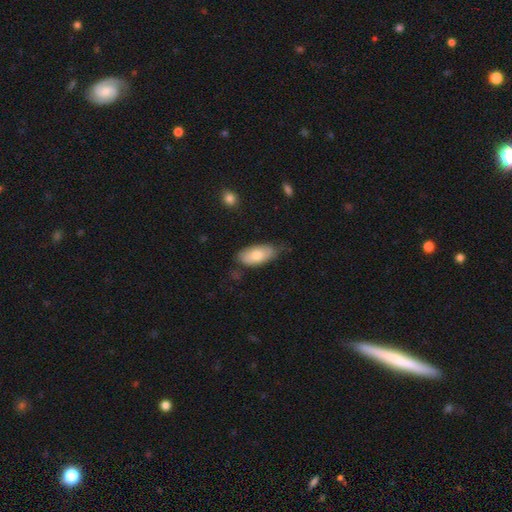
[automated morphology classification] This is likely a smooth galaxy (74%). How rounded: clearly in between (90%). Merging: likely none (64%).